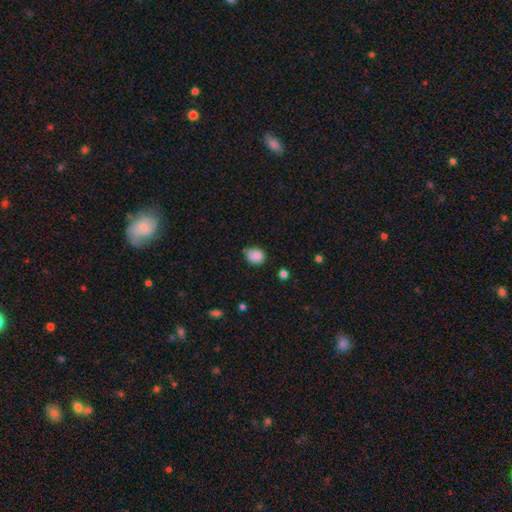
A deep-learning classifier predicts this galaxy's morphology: Smooth or featured? smooth (84%)
How rounded? round (64%)
Merging? none (52%)